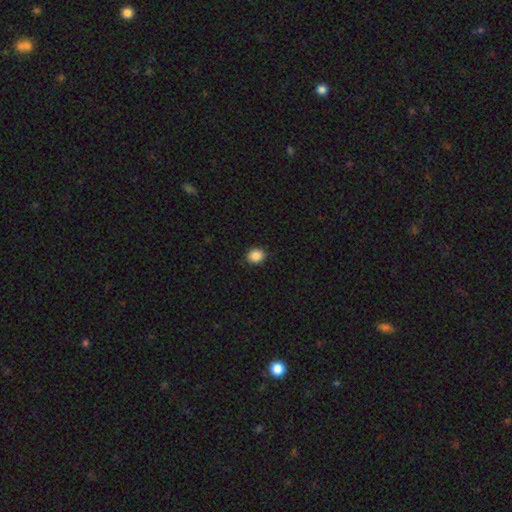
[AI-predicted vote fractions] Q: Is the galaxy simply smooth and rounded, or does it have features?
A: smooth — 87%.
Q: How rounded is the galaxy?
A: round — 69%.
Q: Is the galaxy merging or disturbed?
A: none — 89%.